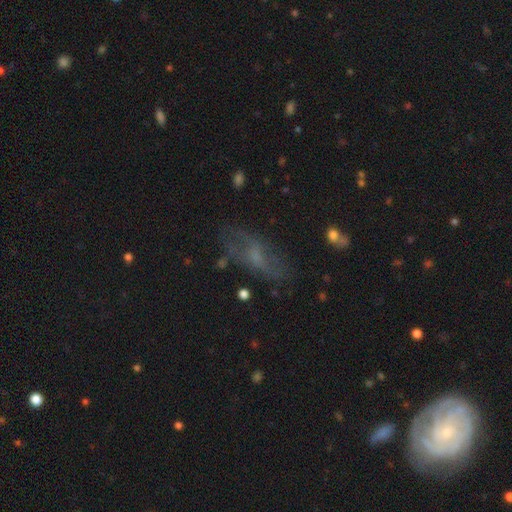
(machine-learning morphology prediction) This appears to be a featured or disk galaxy (44%). Merging: none (61%).